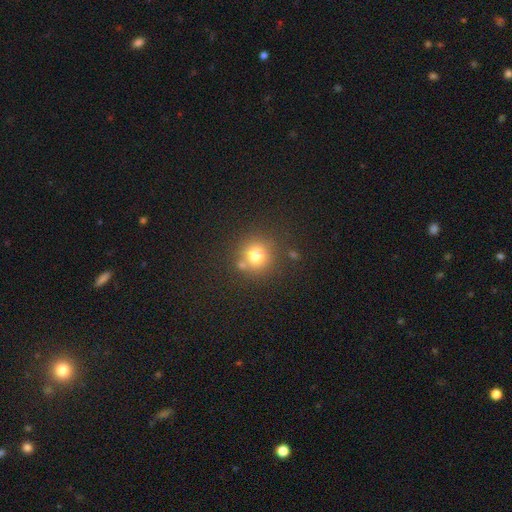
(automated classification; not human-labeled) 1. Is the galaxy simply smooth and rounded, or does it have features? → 76% smooth, 15% star or artifact, 9% featured or disk.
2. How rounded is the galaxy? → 92% round, 7% in between, 1% cigar-shaped.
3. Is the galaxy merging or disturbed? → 76% none, 11% merger, 10% minor disturbance, 4% major disturbance.